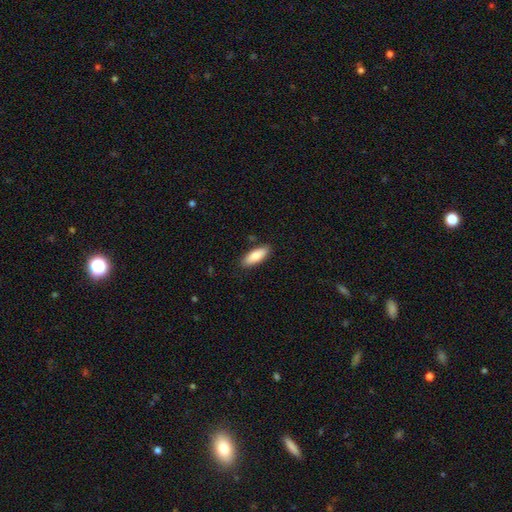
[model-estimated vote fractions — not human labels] Overall: smooth (83%). How rounded: in between (72%). Merging: none (87%).